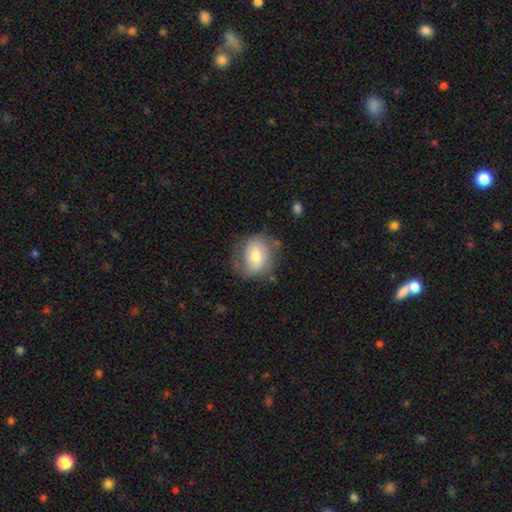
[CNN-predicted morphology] Q: Smooth or featured?
A: smooth (58%); runner-up: featured or disk (35%)
Q: How rounded?
A: round (64%); runner-up: in between (35%)
Q: Merging?
A: none (65%); runner-up: minor disturbance (23%)